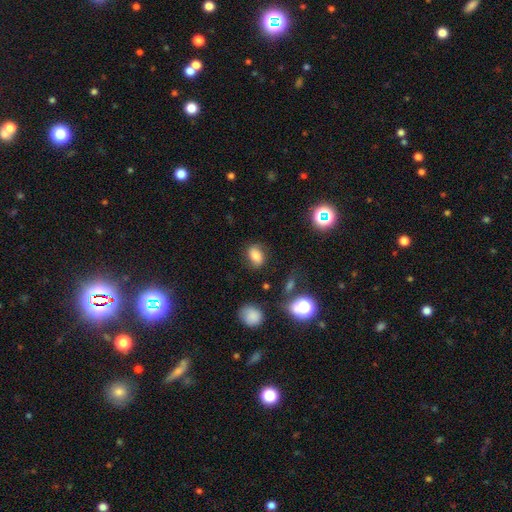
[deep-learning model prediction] Q: Smooth or featured?
A: smooth (76%); runner-up: star or artifact (13%)
Q: How rounded?
A: in between (77%); runner-up: round (21%)
Q: Merging?
A: none (78%); runner-up: minor disturbance (15%)